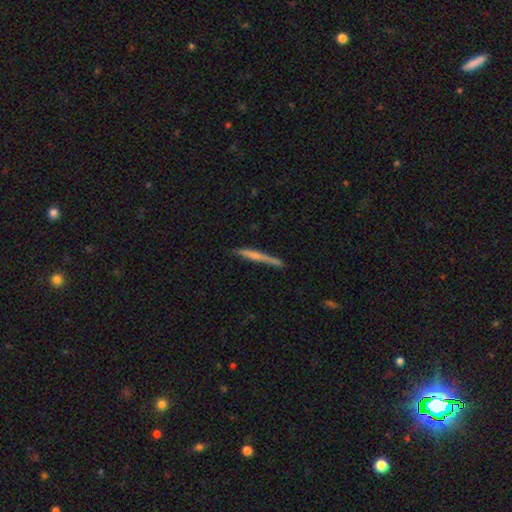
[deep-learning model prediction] Smooth or featured: smooth — 53% (featured or disk — 41%)
How rounded: cigar-shaped — 96% (in between — 2%)
Merging: none — 84% (minor disturbance — 12%)